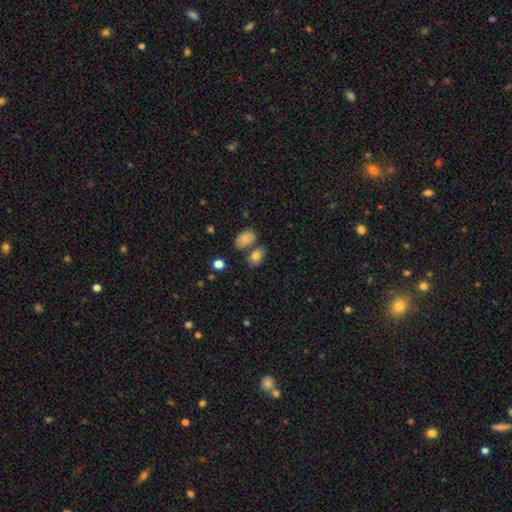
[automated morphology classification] smooth 80%, featured or disk 11%, star or artifact 10%. Down the decision tree: how rounded — in between (79%); merging — none (59%).